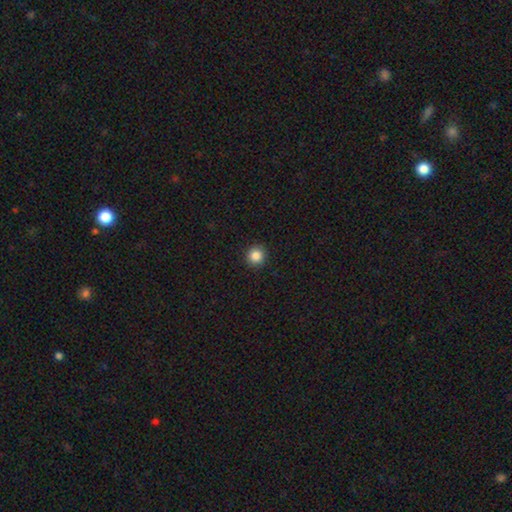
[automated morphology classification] Q: Smooth or featured?
A: smooth (86%); runner-up: star or artifact (10%)
Q: How rounded?
A: round (95%); runner-up: in between (4%)
Q: Merging?
A: none (93%); runner-up: minor disturbance (5%)